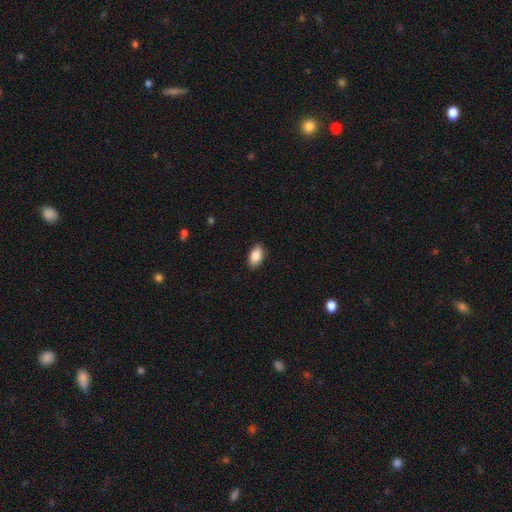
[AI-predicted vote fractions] Smooth or featured: smooth — 86% (star or artifact — 7%)
How rounded: in between — 93% (round — 5%)
Merging: none — 88% (minor disturbance — 9%)